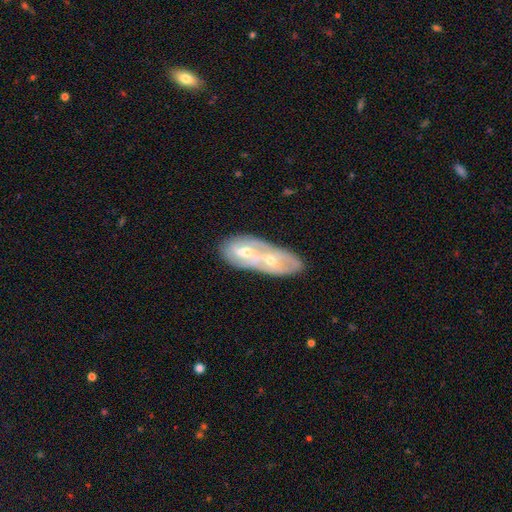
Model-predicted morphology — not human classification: This is likely a featured or disk galaxy (67%). It is clearly not viewed edge-on (87%). Bar: likely no (71%). Spiral arm pattern: possibly no (51%). Central bulge: possibly moderate (48%). Merging: possibly merger (48%).